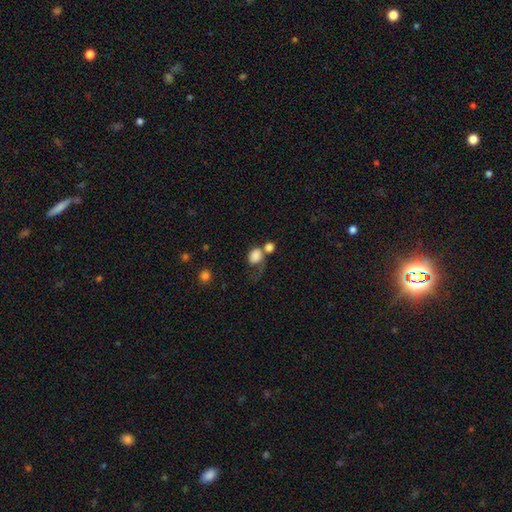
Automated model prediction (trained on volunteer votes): The model was most divided on "how rounded": round: 50%, in between: 49%, cigar-shaped: 1%. Remaining: smooth or featured — smooth (78%); merging — merger (36%).